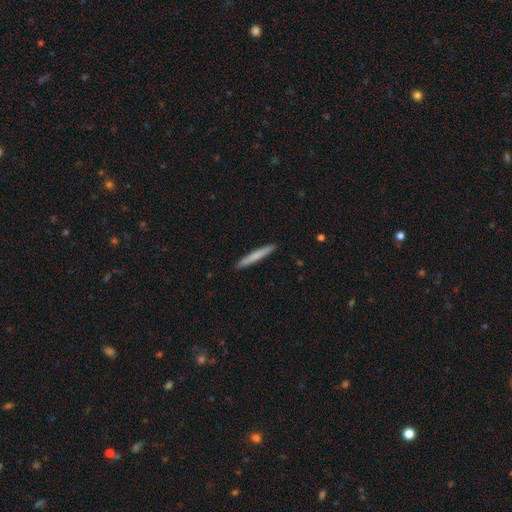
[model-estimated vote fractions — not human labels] Q: Smooth or featured?
A: smooth (74%); runner-up: featured or disk (21%)
Q: How rounded?
A: cigar-shaped (96%); runner-up: in between (2%)
Q: Merging?
A: none (93%); runner-up: minor disturbance (5%)